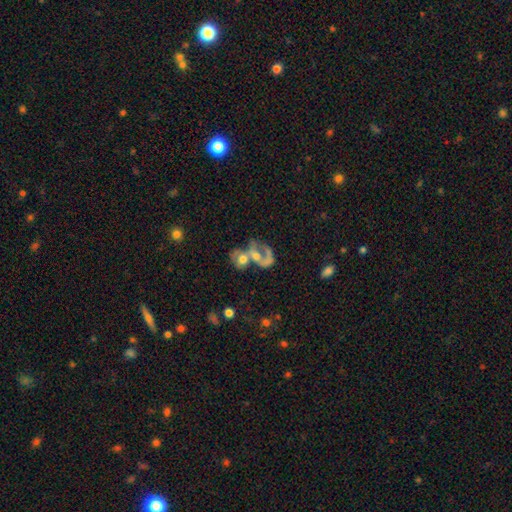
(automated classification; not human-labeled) featured or disk 57%, smooth 27%, star or artifact 17%. Down the decision tree: edge-on disk — no (96%); bar — no (74%); spiral arms — yes (52%); bulge size — moderate (47%); merging — merger (59%).